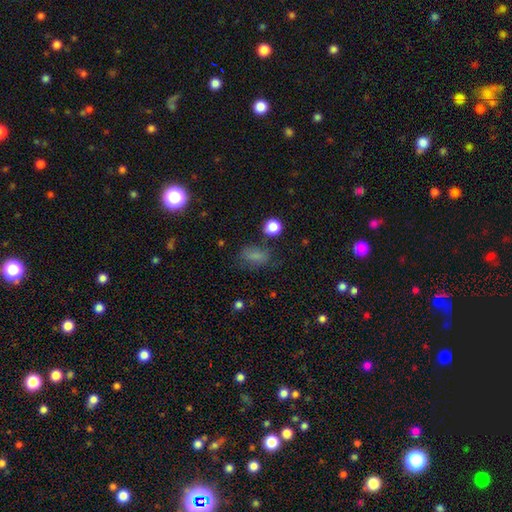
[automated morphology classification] Smooth or featured?
  - smooth: 75% *
  - star or artifact: 16%
  - featured or disk: 9%
How rounded?
  - in between: 79% *
  - round: 17%
  - cigar-shaped: 4%
Merging?
  - none: 63% *
  - minor disturbance: 22%
  - major disturbance: 11%
  - merger: 4%